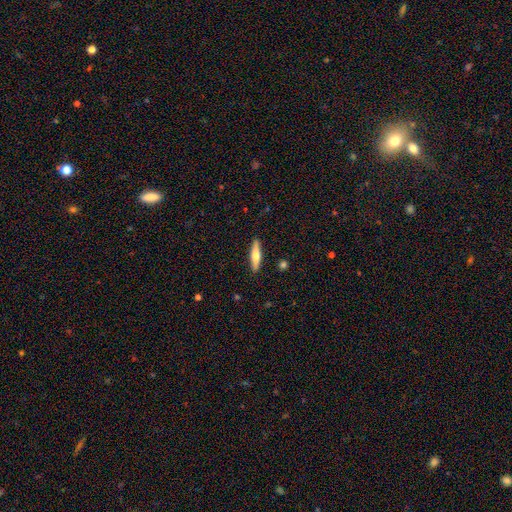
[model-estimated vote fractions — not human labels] Q: Smooth or featured?
A: smooth (55%); runner-up: featured or disk (39%)
Q: How rounded?
A: cigar-shaped (79%); runner-up: in between (20%)
Q: Merging?
A: none (89%); runner-up: minor disturbance (8%)